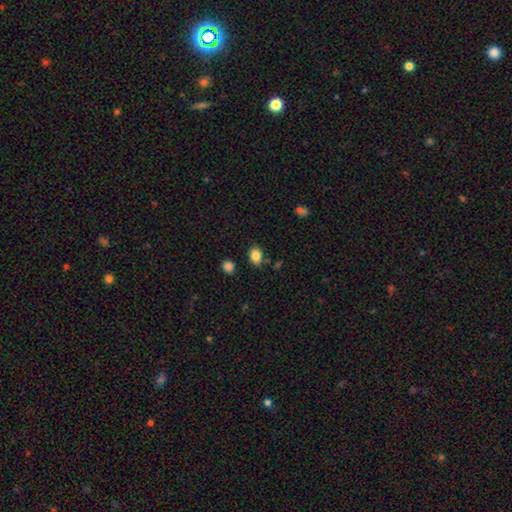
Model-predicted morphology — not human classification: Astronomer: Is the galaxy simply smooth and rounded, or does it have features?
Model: smooth — 85%.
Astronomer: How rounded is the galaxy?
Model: in between — 68%.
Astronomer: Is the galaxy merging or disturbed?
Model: none — 78%.